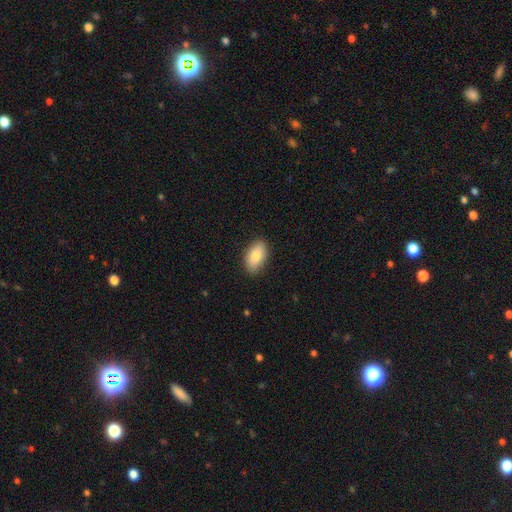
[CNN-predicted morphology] A smooth galaxy with no disk features (84%) that is in between round and cigar-shaped (93%). Merging: none (87%).